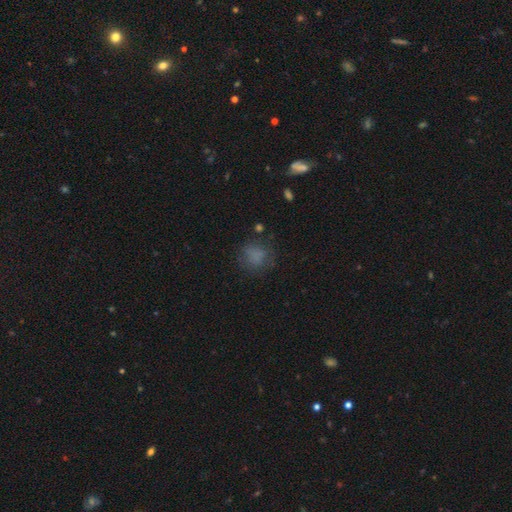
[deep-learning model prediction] This appears to be a smooth galaxy with no disk features (73%) that is round (77%). Merging: none (68%).